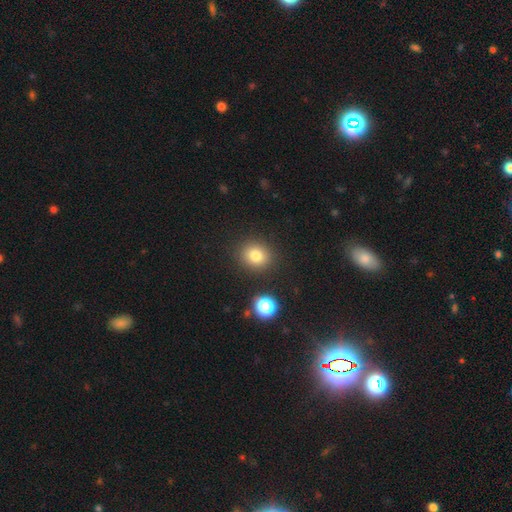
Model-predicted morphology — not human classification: smooth-or-featured: smooth: 79% | star or artifact: 13% | featured or disk: 7%
  how-rounded: round: 77% | in between: 22% | cigar-shaped: 1%
  merging: none: 87% | minor disturbance: 7% | merger: 3% | major disturbance: 3%